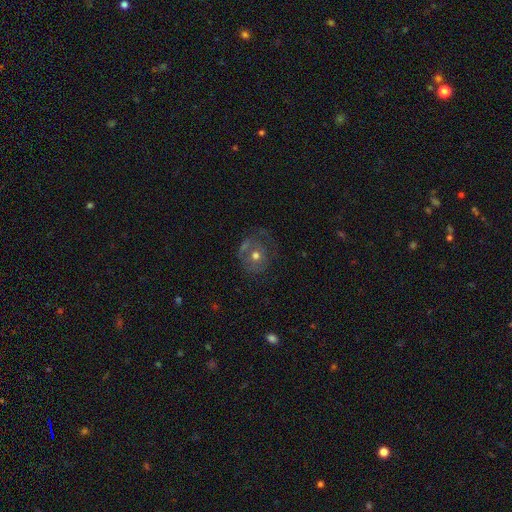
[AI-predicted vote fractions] Morphology: type=featured or disk (45%); merging=none (48%).